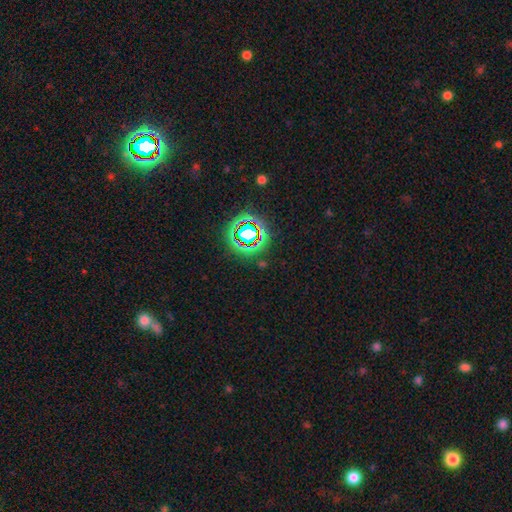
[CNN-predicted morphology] The model was most divided on "smooth or featured": star or artifact: 78%, smooth: 13%, featured or disk: 10%.